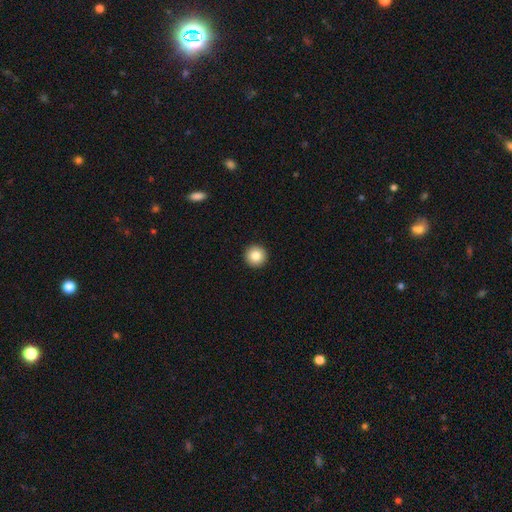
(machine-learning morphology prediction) smooth 84%, star or artifact 9%, featured or disk 7%. Down the decision tree: how rounded — round (96%); merging — none (94%).